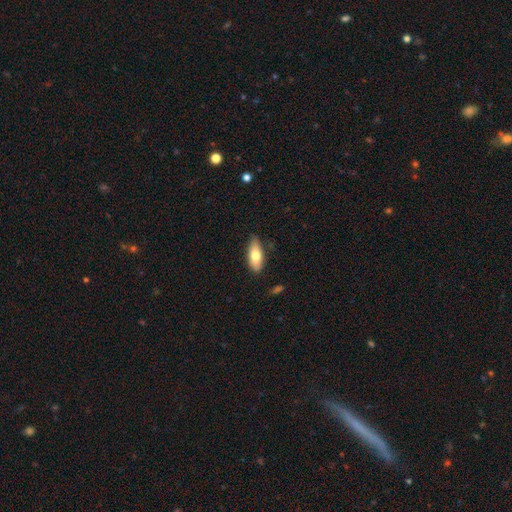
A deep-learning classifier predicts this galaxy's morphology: smooth-or-featured: smooth: 71% | featured or disk: 22% | star or artifact: 6%
  how-rounded: in between: 79% | cigar-shaped: 18% | round: 3%
  merging: none: 79% | minor disturbance: 17% | major disturbance: 3% | merger: 1%